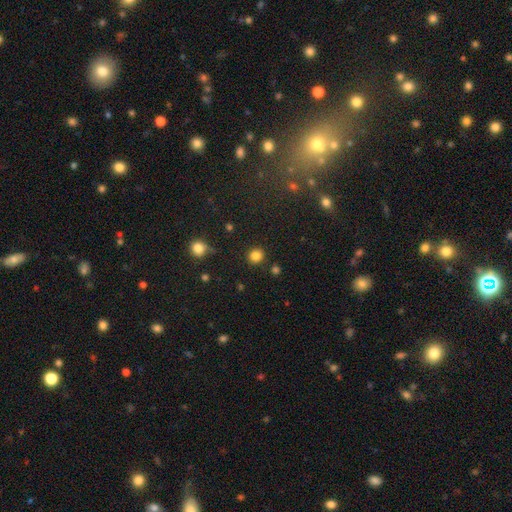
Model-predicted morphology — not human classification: This is clearly a smooth galaxy (84%). How rounded: clearly round (87%). Merging: clearly none (88%).